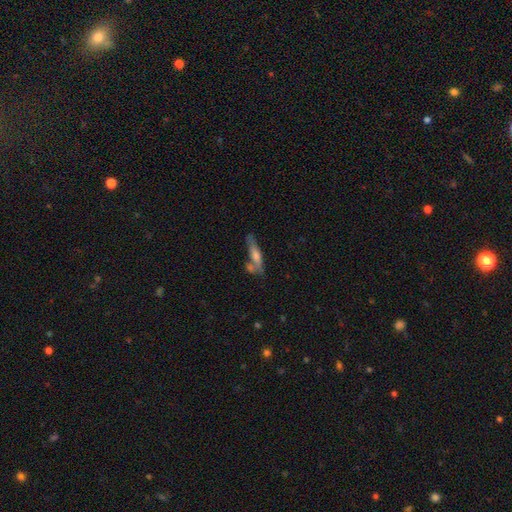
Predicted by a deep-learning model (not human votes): Morphology: type=smooth (50%); merging=none (57%).